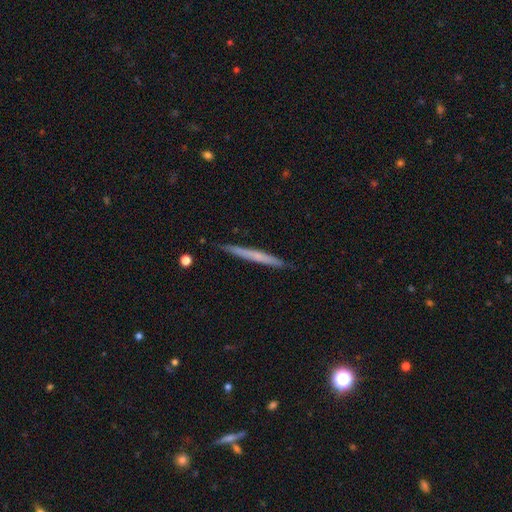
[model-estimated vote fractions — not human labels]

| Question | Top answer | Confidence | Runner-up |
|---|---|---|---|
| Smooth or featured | smooth | 50% | featured or disk (44%) |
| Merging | none | 89% | minor disturbance (8%) |